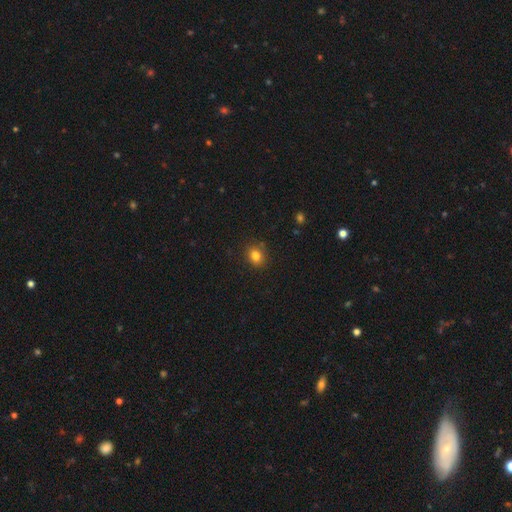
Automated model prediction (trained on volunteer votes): The model was most divided on "how rounded": round: 64%, in between: 35%, cigar-shaped: 1%. More confident: merging — none (86%); smooth or featured — smooth (81%).